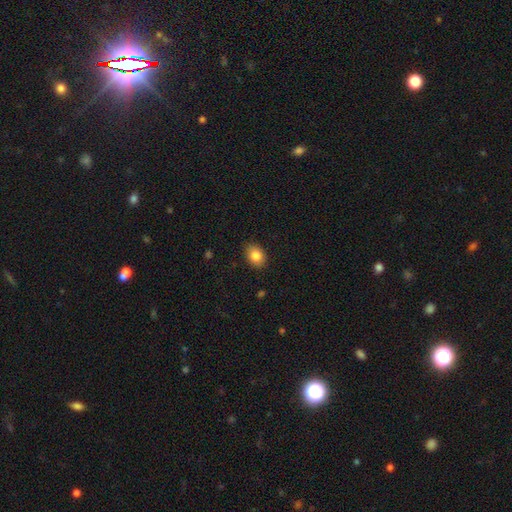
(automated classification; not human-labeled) Smooth or featured? smooth (84%)
How rounded? in between (65%)
Merging? none (87%)